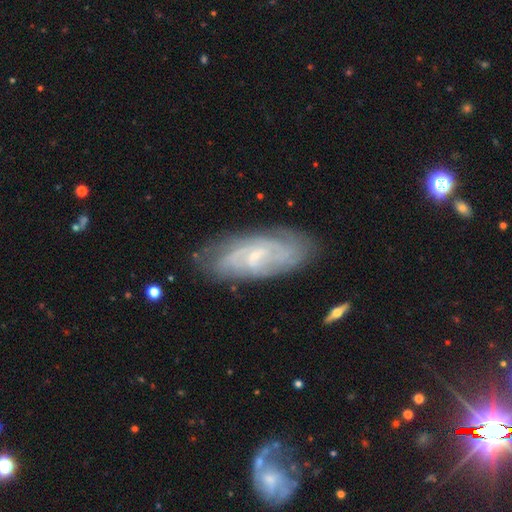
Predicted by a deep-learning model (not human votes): A featured or disk galaxy (76%) with a weak bar (45%), tight (52%) spiral arms (89%) and a small central bulge (75%).

Vote fractions:
- Smooth or featured? featured or disk: 76% / smooth: 17% / star or artifact: 7%
- Edge-on disk? no: 90% / yes: 10%
- Bar? weak: 45% / no: 43% / strong: 11%
- Spiral arms? yes: 89% / no: 11%
- Spiral winding? tight: 52% / medium: 35% / loose: 13%
- Spiral arm count? can't tell: 47% / 2: 25% / 3: 11% / 4: 8% / more than 4: 4% / 1: 4%
- Bulge size? small: 75% / moderate: 18% / none: 5% / large: 1% / dominant: 1%
- Merging? none: 76% / minor disturbance: 17% / major disturbance: 5% / merger: 2%